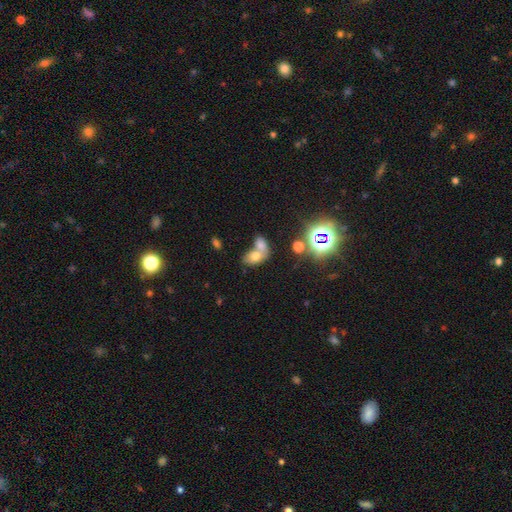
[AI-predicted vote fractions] Smooth or featured: smooth — 64% (featured or disk — 19%)
How rounded: in between — 75% (round — 23%)
Merging: merger — 70% (none — 19%)